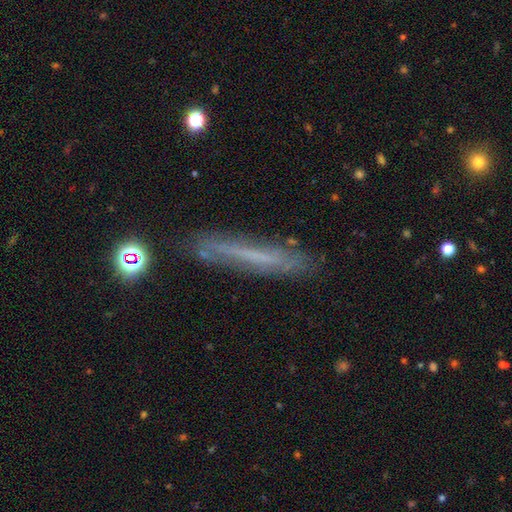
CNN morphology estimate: A featured or disk galaxy (50%) viewed edge-on (77%). Merging: none (76%).